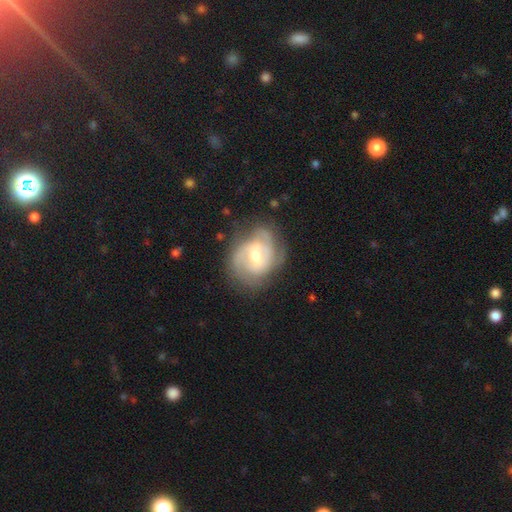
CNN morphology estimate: smooth_or_featured: featured or disk (p=0.78) [alt: smooth p=0.17]
disk_edge_on: no (p=0.97) [alt: yes p=0.03]
bar: weak (p=0.51) [alt: no p=0.33]
has_spiral_arms: yes (p=0.89) [alt: no p=0.11]
spiral_winding: tight (p=0.48) [alt: medium p=0.40]
spiral_arm_count: 2 (p=0.42) [alt: can't tell p=0.26]
bulge_size: moderate (p=0.67) [alt: small p=0.23]
merging: none (p=0.64) [alt: minor disturbance p=0.23]